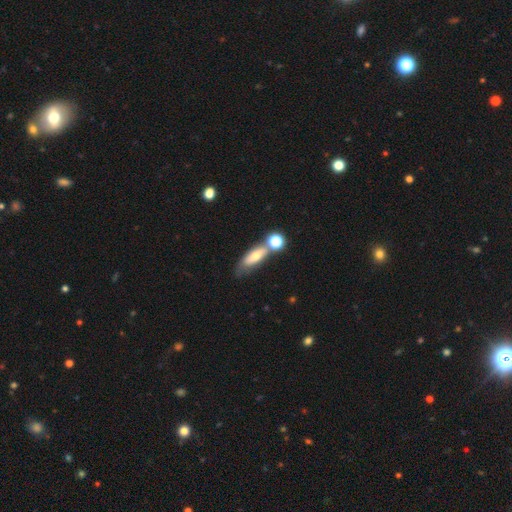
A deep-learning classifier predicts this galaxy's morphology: This is likely a smooth galaxy (62%). How rounded: possibly in between (55%). Merging: marginally none (45%).